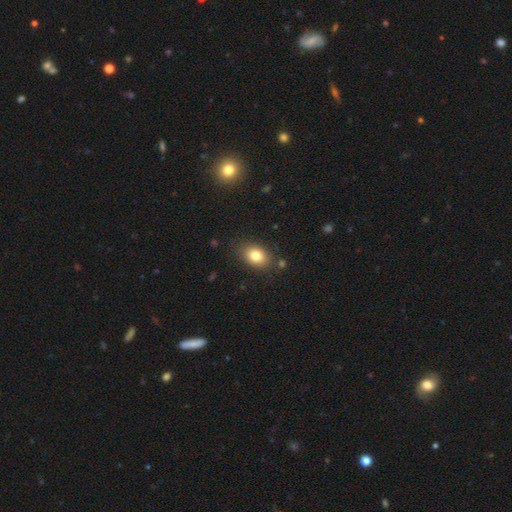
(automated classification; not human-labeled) A smooth galaxy with no disk features (81%) that is in between round and cigar-shaped (74%).

Vote fractions:
- Smooth or featured? smooth: 81% / featured or disk: 10% / star or artifact: 9%
- How rounded? in between: 74% / round: 25% / cigar-shaped: 1%
- Merging? none: 82% / minor disturbance: 12% / major disturbance: 3% / merger: 3%